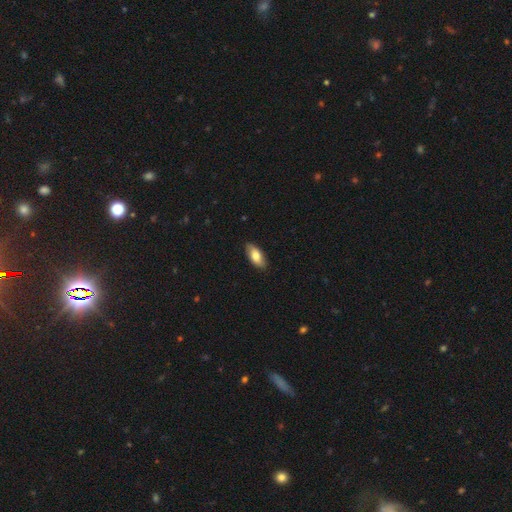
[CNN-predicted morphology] A smooth galaxy with no disk features (76%) that is in between round and cigar-shaped (87%).

Vote fractions:
- Smooth or featured? smooth: 76% / featured or disk: 18% / star or artifact: 6%
- How rounded? in between: 87% / cigar-shaped: 10% / round: 3%
- Merging? none: 86% / minor disturbance: 11% / major disturbance: 2% / merger: 1%